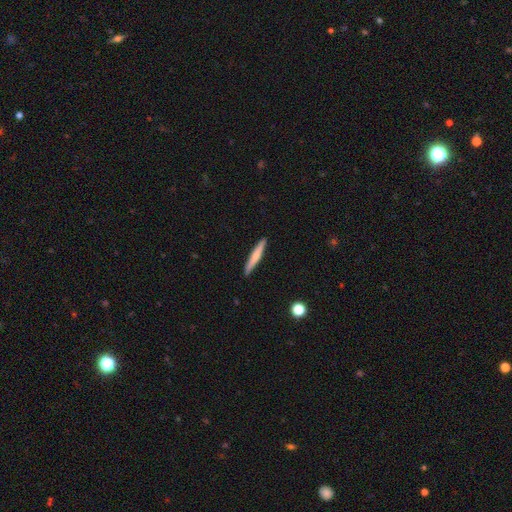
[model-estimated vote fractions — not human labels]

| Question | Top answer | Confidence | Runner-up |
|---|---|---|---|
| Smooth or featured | smooth | 60% | featured or disk (34%) |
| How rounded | cigar-shaped | 95% | in between (4%) |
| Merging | none | 91% | minor disturbance (7%) |